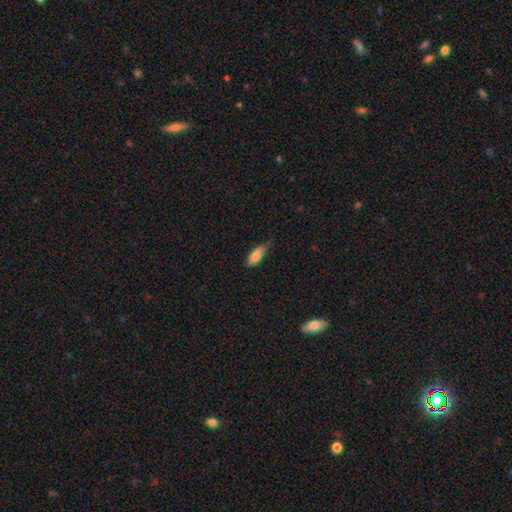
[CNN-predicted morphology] Smooth or featured?
  - smooth: 84% *
  - featured or disk: 10%
  - star or artifact: 7%
How rounded?
  - in between: 78% *
  - cigar-shaped: 20%
  - round: 2%
Merging?
  - none: 52% *
  - minor disturbance: 39%
  - major disturbance: 8%
  - merger: 2%